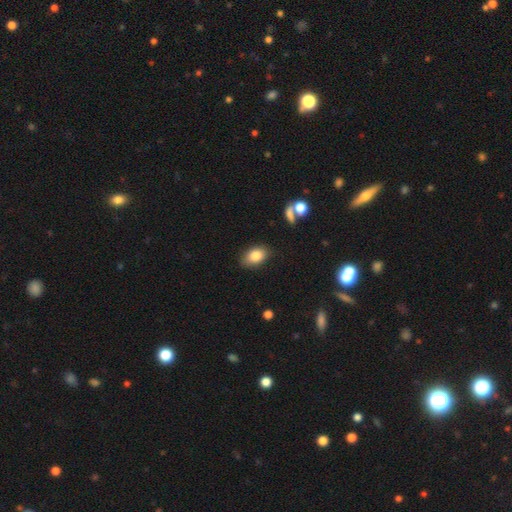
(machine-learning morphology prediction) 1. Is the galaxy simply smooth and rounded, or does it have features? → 83% smooth, 9% featured or disk, 8% star or artifact.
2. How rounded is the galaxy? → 88% in between, 10% round, 2% cigar-shaped.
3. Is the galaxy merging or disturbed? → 82% none, 13% minor disturbance, 3% major disturbance, 2% merger.